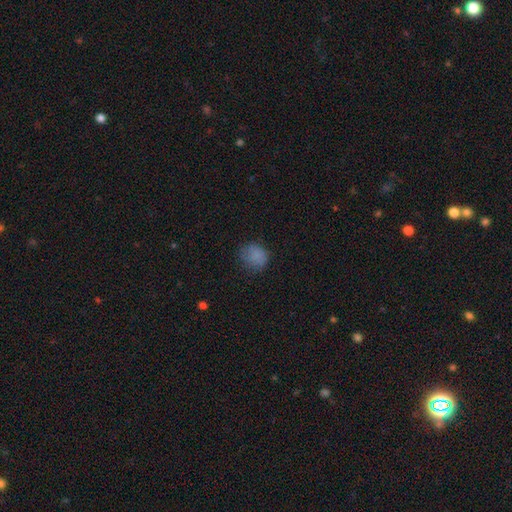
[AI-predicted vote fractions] smooth-or-featured: smooth: 82% | star or artifact: 12% | featured or disk: 7%
  how-rounded: round: 73% | in between: 26% | cigar-shaped: 1%
  merging: none: 68% | minor disturbance: 23% | major disturbance: 8% | merger: 1%